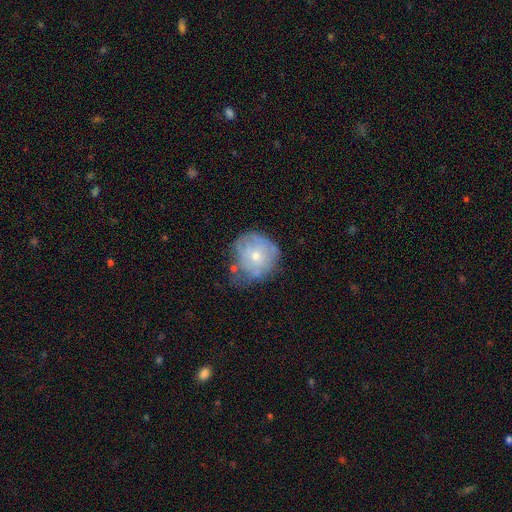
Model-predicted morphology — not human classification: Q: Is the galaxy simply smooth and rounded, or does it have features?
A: smooth — 48%.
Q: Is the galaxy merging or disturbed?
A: none — 43%.